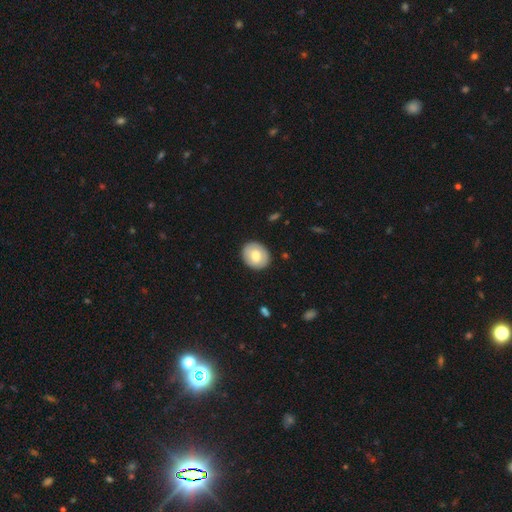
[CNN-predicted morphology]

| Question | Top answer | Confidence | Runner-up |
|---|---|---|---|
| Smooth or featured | smooth | 72% | featured or disk (22%) |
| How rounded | round | 63% | in between (36%) |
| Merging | none | 89% | minor disturbance (8%) |